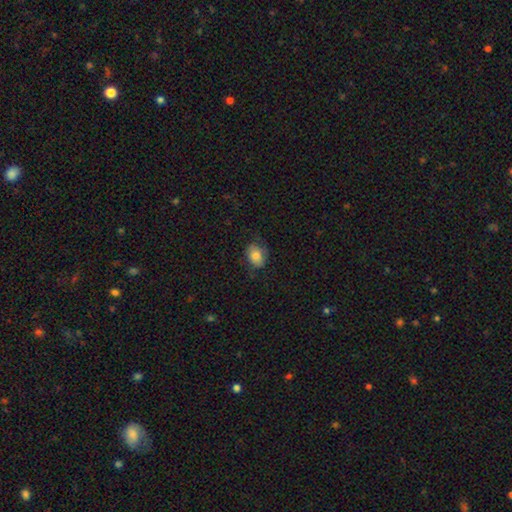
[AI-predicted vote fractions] Smooth or featured?
  - smooth: 77% *
  - featured or disk: 15%
  - star or artifact: 8%
How rounded?
  - in between: 71% *
  - round: 28%
  - cigar-shaped: 1%
Merging?
  - none: 65% *
  - minor disturbance: 24%
  - major disturbance: 10%
  - merger: 1%